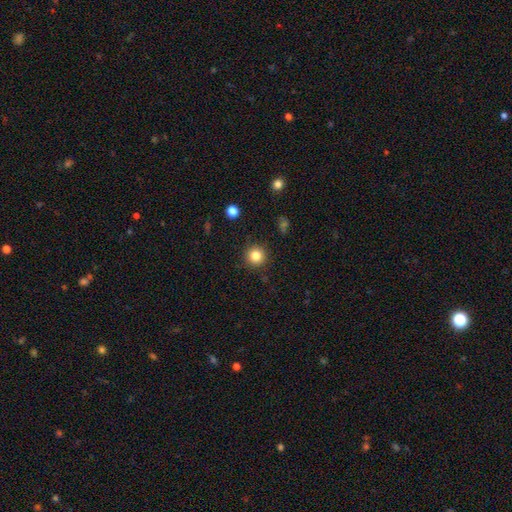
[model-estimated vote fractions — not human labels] Q: Smooth or featured?
A: smooth (82%); runner-up: star or artifact (12%)
Q: How rounded?
A: round (95%); runner-up: in between (4%)
Q: Merging?
A: none (91%); runner-up: minor disturbance (6%)